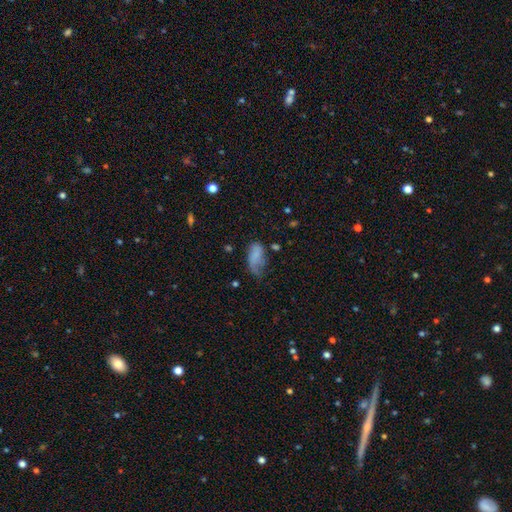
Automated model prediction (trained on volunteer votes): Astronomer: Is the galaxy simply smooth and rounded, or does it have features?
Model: smooth — 66%.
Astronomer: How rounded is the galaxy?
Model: in between — 92%.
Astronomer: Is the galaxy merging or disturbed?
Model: minor disturbance — 35% (runner-up: major disturbance, 33%).